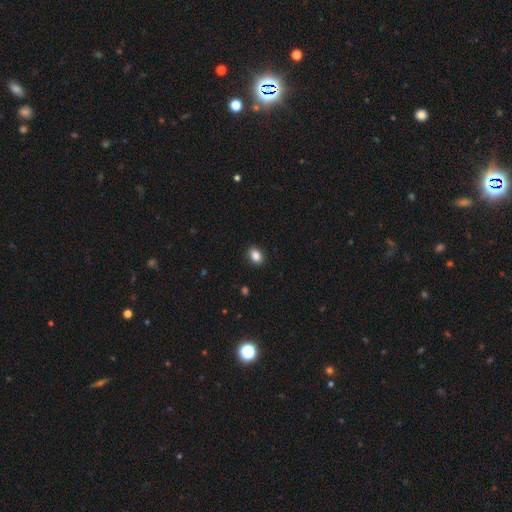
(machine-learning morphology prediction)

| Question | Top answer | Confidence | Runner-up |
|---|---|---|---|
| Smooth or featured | smooth | 87% | star or artifact (9%) |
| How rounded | in between | 77% | round (21%) |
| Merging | none | 90% | minor disturbance (8%) |